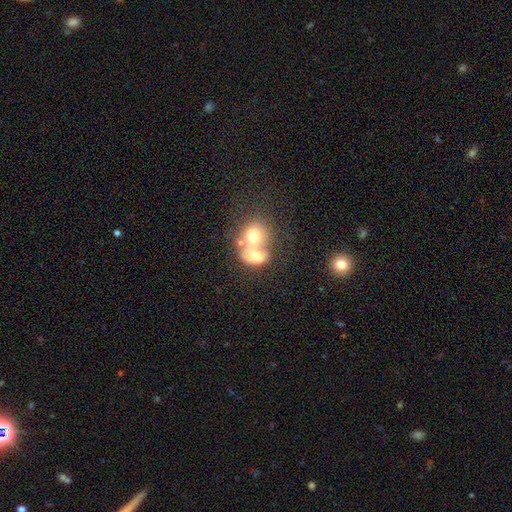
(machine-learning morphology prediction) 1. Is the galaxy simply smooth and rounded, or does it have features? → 65% smooth, 25% featured or disk, 10% star or artifact.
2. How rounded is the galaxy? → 52% in between, 47% round, 1% cigar-shaped.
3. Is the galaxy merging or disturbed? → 74% merger, 15% none, 6% minor disturbance, 5% major disturbance.